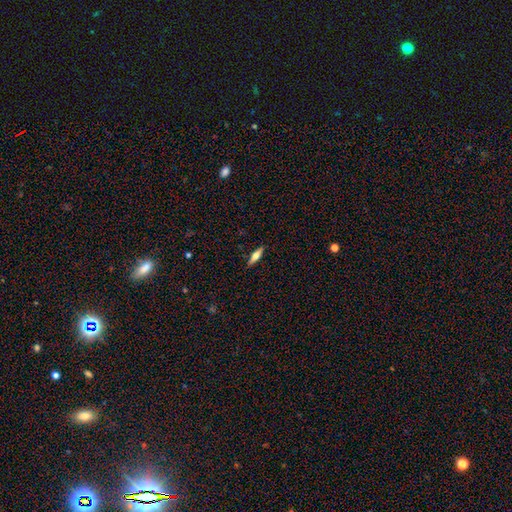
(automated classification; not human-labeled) smooth_or_featured: smooth (p=0.51) [alt: featured or disk p=0.42]
how_rounded: cigar-shaped (p=0.55) [alt: in between p=0.42]
merging: none (p=0.89) [alt: minor disturbance p=0.08]